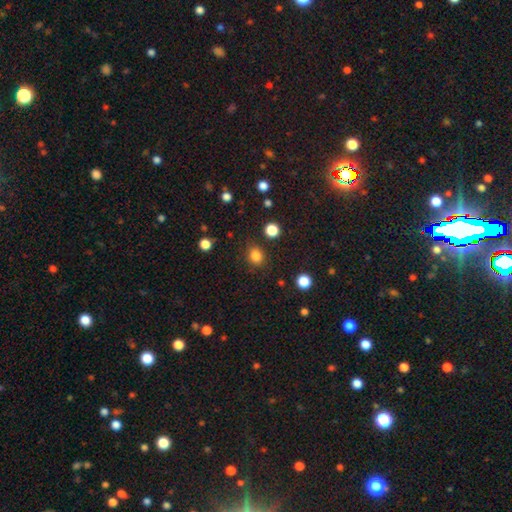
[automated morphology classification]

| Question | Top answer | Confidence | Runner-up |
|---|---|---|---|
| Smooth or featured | smooth | 84% | star or artifact (12%) |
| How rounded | round | 67% | in between (32%) |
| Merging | none | 84% | minor disturbance (10%) |